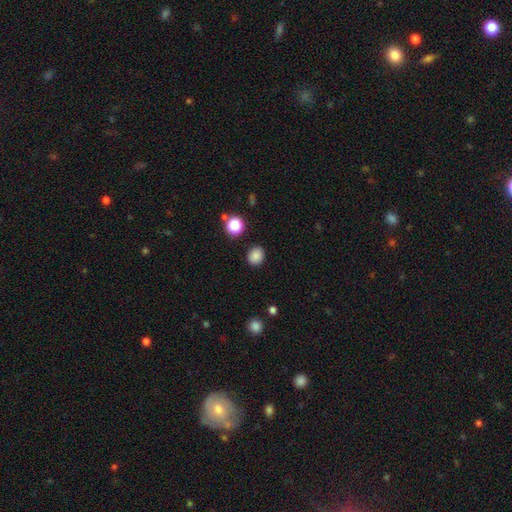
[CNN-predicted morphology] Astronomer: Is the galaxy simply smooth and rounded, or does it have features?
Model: smooth — 85%.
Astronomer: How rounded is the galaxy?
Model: round — 73%.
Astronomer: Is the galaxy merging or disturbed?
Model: none — 89%.